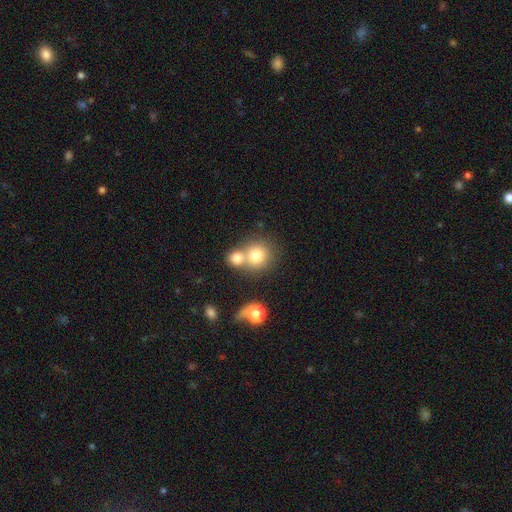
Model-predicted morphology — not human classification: smooth_or_featured: smooth (p=0.75) [alt: featured or disk p=0.13]
how_rounded: round (p=0.84) [alt: in between p=0.15]
merging: merger (p=0.48) [alt: none p=0.41]